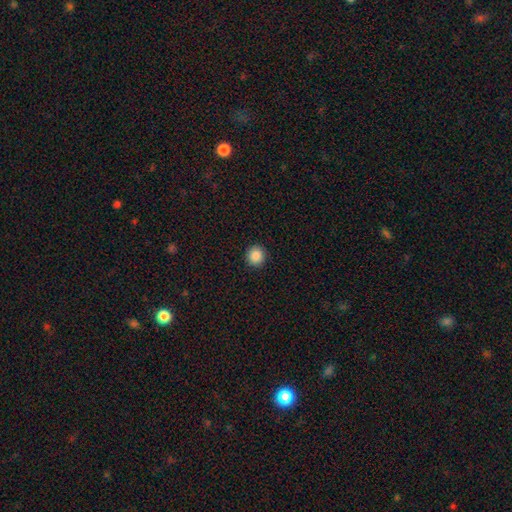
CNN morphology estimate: smooth_or_featured: smooth (p=0.88) [alt: star or artifact p=0.09]
how_rounded: round (p=0.91) [alt: in between p=0.08]
merging: none (p=0.92) [alt: minor disturbance p=0.05]